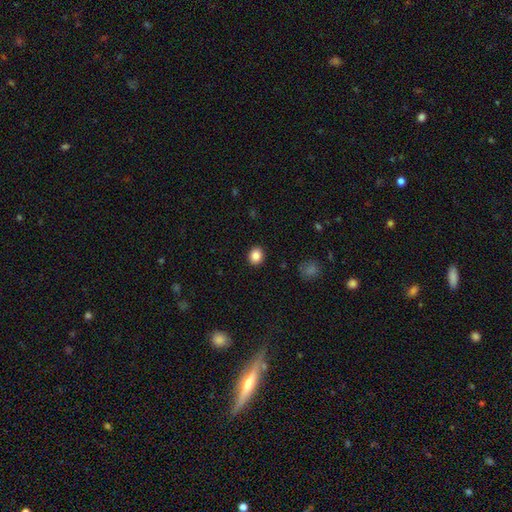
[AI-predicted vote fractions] Smooth or featured: smooth — 86% (star or artifact — 10%)
How rounded: round — 65% (in between — 34%)
Merging: none — 91% (minor disturbance — 6%)